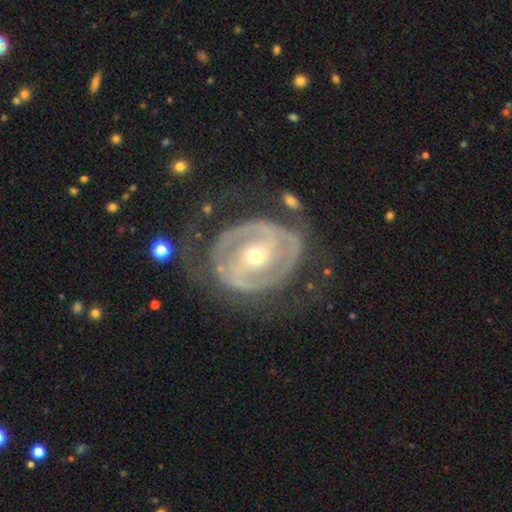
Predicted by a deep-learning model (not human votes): Morphology: type=featured or disk (84%); edge-on=no (96%); bar=strong (43%); spiral arms=yes (75%); winding=tight (58%); arm count=2 (64%); bulge=small (51%); merging=none (63%).